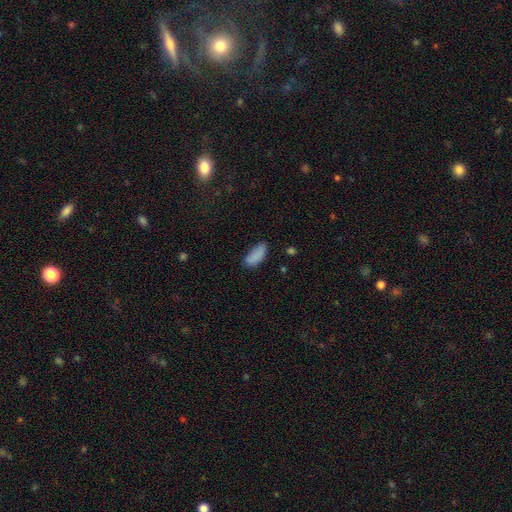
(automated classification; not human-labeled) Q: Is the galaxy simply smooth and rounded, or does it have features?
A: smooth — 86%.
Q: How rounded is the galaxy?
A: in between — 82%.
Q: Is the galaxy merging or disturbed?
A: none — 67%.